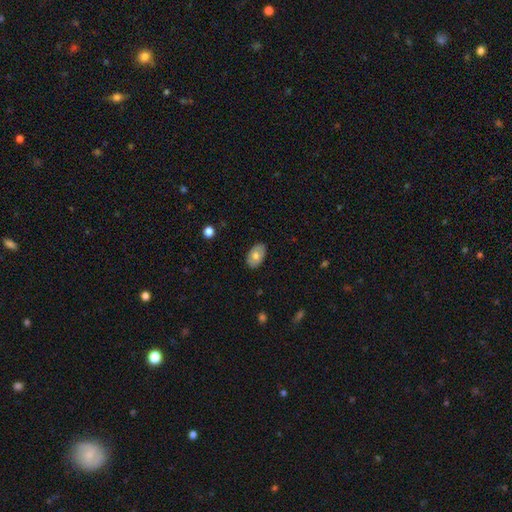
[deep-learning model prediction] Smooth or featured? Predicted: smooth (p=0.68). How rounded? Predicted: in between (p=0.91). Merging? Predicted: none (p=0.85).